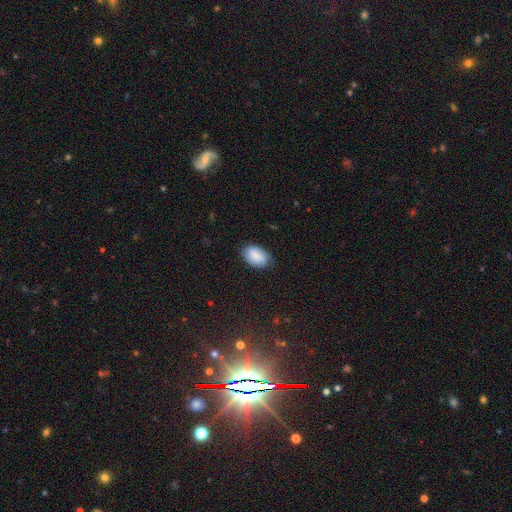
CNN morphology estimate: type=smooth (80%); roundness=in between (89%); merging=none (73%).